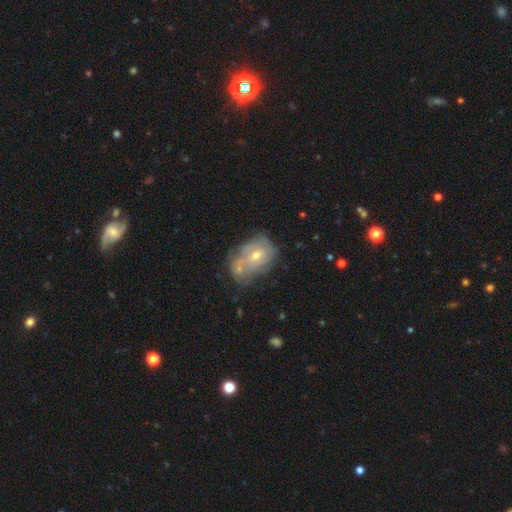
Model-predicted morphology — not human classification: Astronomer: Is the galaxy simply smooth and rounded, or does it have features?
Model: featured or disk — 53% (runner-up: smooth, 37%).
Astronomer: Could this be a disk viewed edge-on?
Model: no — 95%.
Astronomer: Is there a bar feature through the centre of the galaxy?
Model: no — 75%.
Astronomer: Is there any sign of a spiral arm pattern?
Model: yes — 55% (runner-up: no, 45%).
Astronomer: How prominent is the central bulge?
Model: moderate — 53% (runner-up: small, 43%).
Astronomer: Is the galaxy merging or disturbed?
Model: merger — 37% (runner-up: none, 35%).